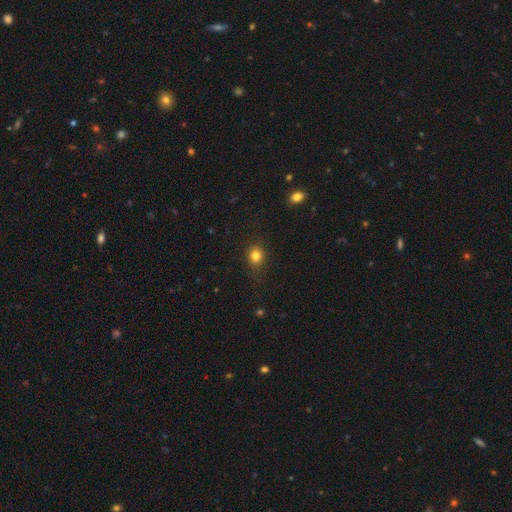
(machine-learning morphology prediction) Overall: smooth (81%). How rounded: round (76%). Merging: none (82%).